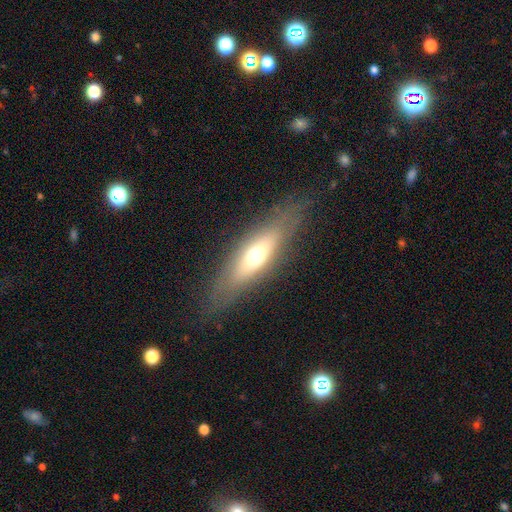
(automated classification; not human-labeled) This is possibly a smooth galaxy (48%). Merging: clearly none (81%).